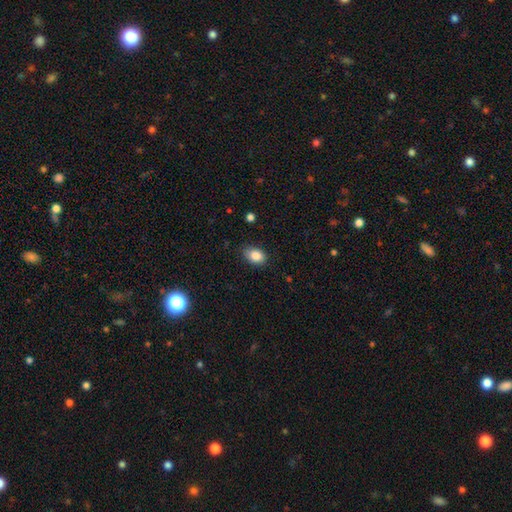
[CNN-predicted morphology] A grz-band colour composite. It shows a smooth galaxy with no disk features (85%) that is in between round and cigar-shaped (80%). Merging: none (80%).